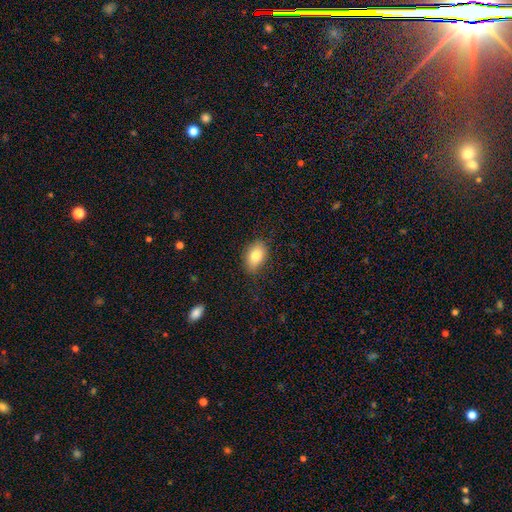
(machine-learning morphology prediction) Smooth or featured? Predicted: smooth (p=0.82). How rounded? Predicted: in between (p=0.86). Merging? Predicted: none (p=0.82).